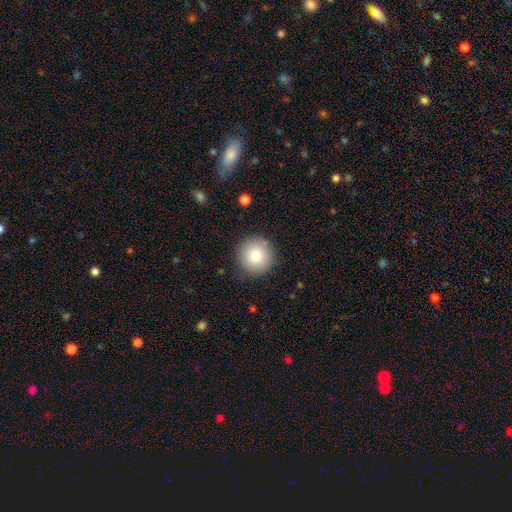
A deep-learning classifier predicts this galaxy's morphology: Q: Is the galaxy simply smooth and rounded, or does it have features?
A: smooth — 84%.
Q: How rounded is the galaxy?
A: round — 95%.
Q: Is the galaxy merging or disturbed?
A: none — 86%.